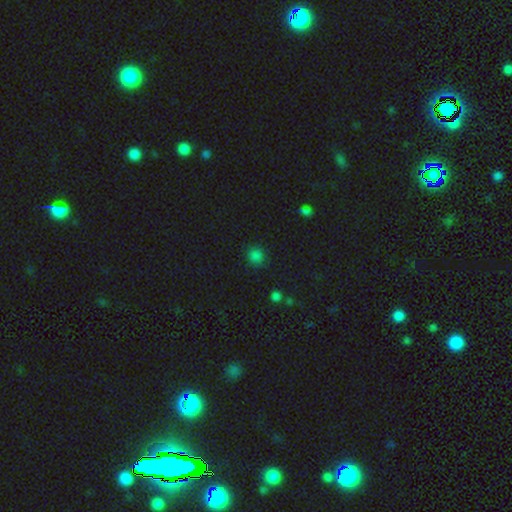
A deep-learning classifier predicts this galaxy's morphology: Smooth or featured?
  - smooth: 78% *
  - star or artifact: 18%
  - featured or disk: 4%
How rounded?
  - round: 90% *
  - in between: 9%
  - cigar-shaped: 1%
Merging?
  - none: 85% *
  - minor disturbance: 10%
  - major disturbance: 3%
  - merger: 2%